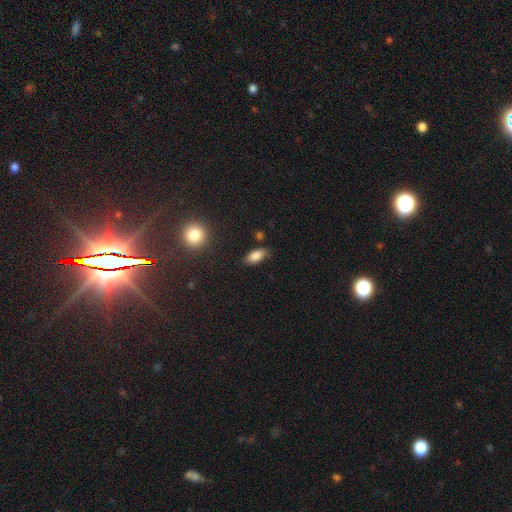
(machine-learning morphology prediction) This appears to be a smooth galaxy with no disk features (84%) that is in between round and cigar-shaped (88%). Merging: none (77%).